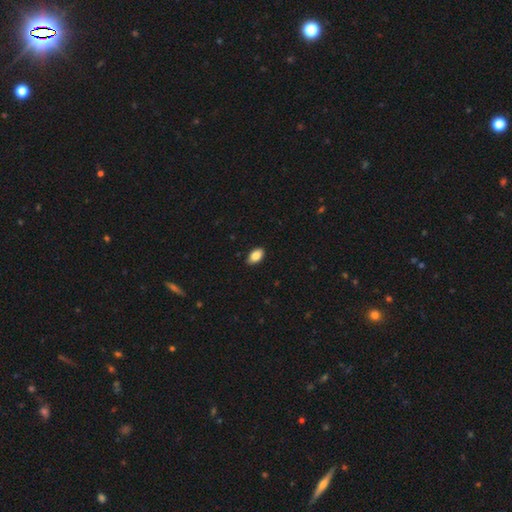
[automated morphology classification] smooth_or_featured: smooth (p=0.87) [alt: star or artifact p=0.07]
how_rounded: in between (p=0.93) [alt: round p=0.06]
merging: none (p=0.88) [alt: minor disturbance p=0.09]